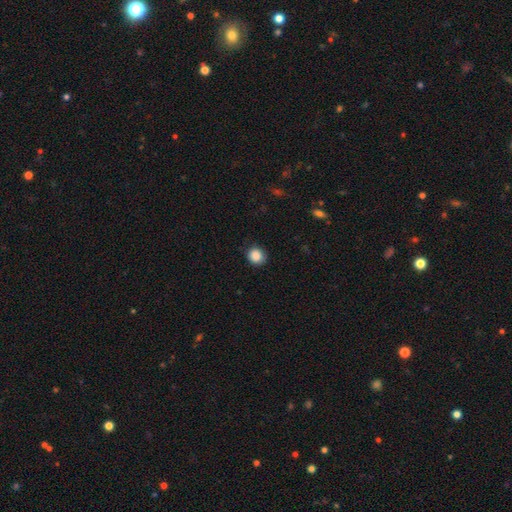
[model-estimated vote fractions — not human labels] The model was most divided on "how rounded": round: 83%, in between: 16%, cigar-shaped: 1%. More confident: smooth or featured — smooth (88%); merging — none (85%).